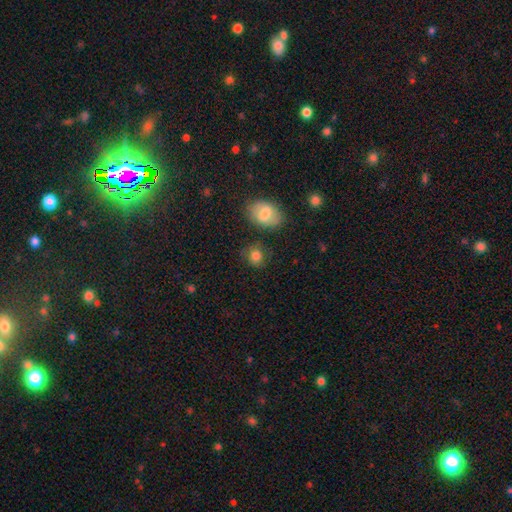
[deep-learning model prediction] smooth_or_featured: smooth (p=0.82) [alt: star or artifact p=0.10]
how_rounded: round (p=0.72) [alt: in between p=0.27]
merging: none (p=0.74) [alt: minor disturbance p=0.15]